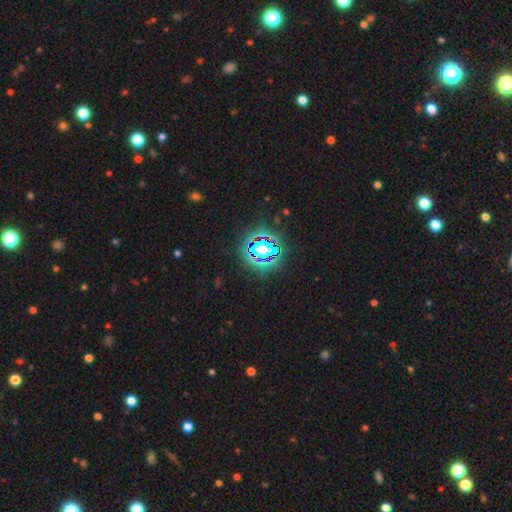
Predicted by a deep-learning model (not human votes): Smooth or featured? Predicted: star or artifact (p=0.71).